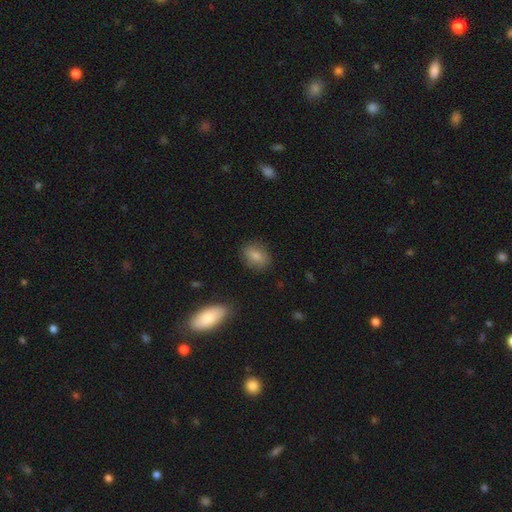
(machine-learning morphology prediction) smooth_or_featured: smooth (p=0.78) [alt: featured or disk p=0.13]
how_rounded: in between (p=0.67) [alt: round p=0.31]
merging: none (p=0.82) [alt: minor disturbance p=0.13]